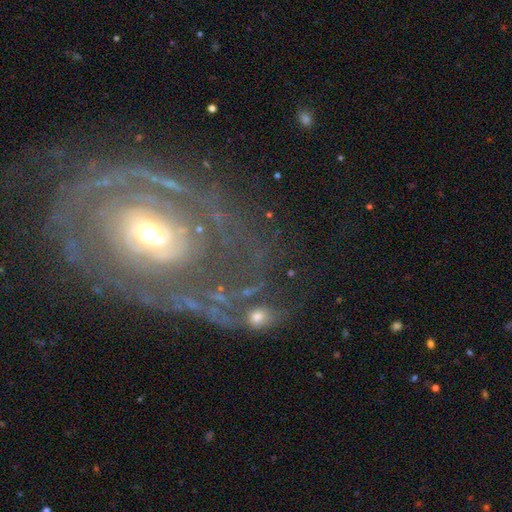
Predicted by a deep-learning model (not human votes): A featured or disk galaxy (81%) with no bar (59%), tight (65%) spiral arms (78%) and a moderate central bulge (49%).

Vote fractions:
- Smooth or featured? featured or disk: 81% / smooth: 11% / star or artifact: 7%
- Edge-on disk? no: 95% / yes: 5%
- Bar? no: 59% / weak: 27% / strong: 14%
- Spiral arms? yes: 78% / no: 22%
- Spiral winding? tight: 65% / medium: 25% / loose: 10%
- Spiral arm count? can't tell: 42% / 2: 25% / 3: 11% / 1: 8% / 4: 7% / more than 4: 6%
- Bulge size? moderate: 49% / small: 40% / large: 8% / dominant: 2% / none: 1%
- Merging? none: 63% / minor disturbance: 18% / major disturbance: 16% / merger: 3%